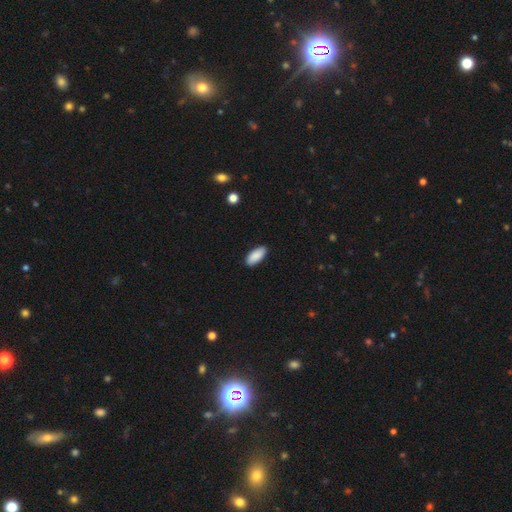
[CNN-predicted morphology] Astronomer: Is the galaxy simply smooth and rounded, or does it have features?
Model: smooth — 89%.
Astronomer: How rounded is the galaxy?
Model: in between — 89%.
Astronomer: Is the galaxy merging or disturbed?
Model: none — 89%.